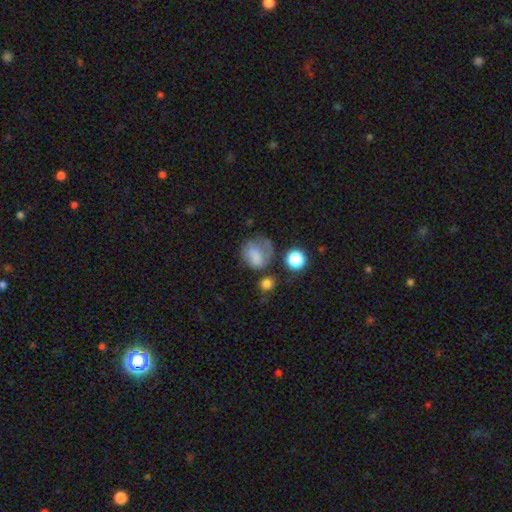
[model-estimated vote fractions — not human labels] smooth 63%, featured or disk 24%, star or artifact 12%. Down the decision tree: how rounded — round (68%); merging — none (38%).